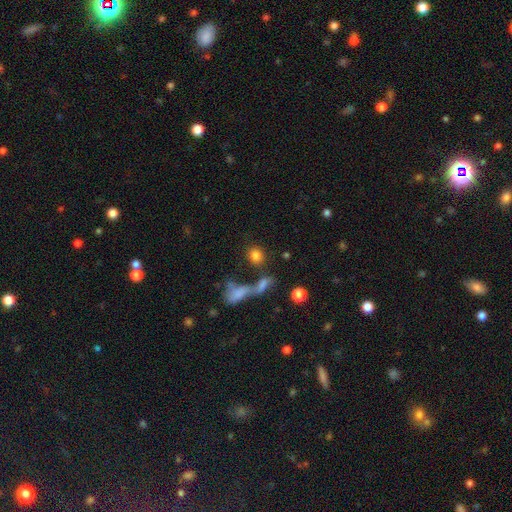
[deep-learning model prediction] Smooth or featured: smooth — 80% (star or artifact — 11%)
How rounded: round — 62% (in between — 33%)
Merging: none — 61% (merger — 23%)